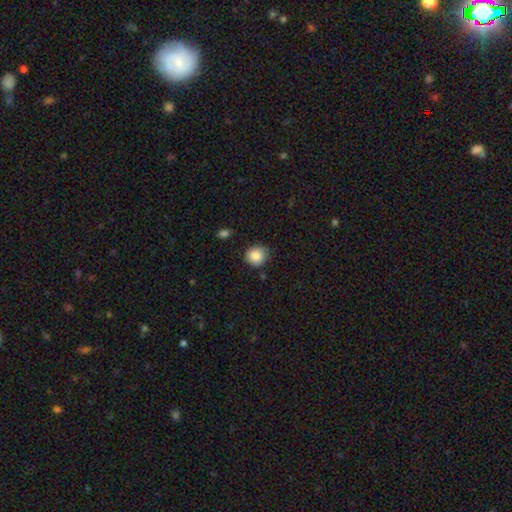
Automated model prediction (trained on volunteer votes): Overall: smooth (86%). How rounded: round (76%). Merging: none (78%).